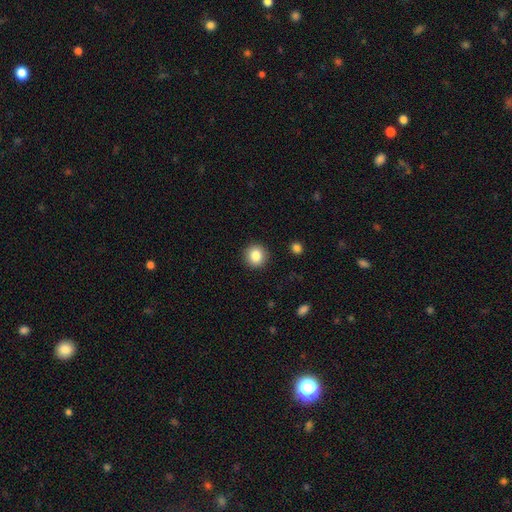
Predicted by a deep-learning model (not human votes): Q: Smooth or featured?
A: smooth (85%); runner-up: star or artifact (9%)
Q: How rounded?
A: round (92%); runner-up: in between (7%)
Q: Merging?
A: none (91%); runner-up: minor disturbance (6%)